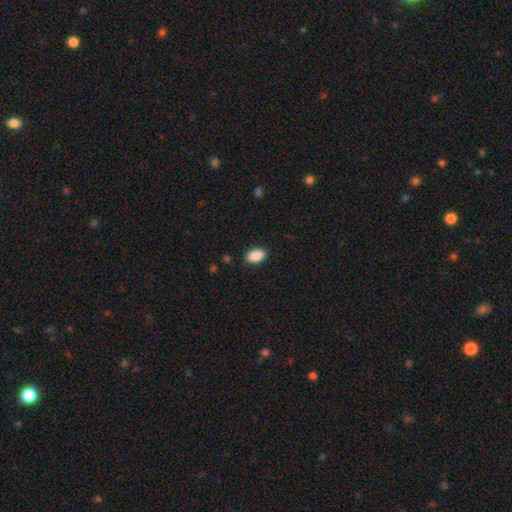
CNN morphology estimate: Smooth or featured?
  - smooth: 90% *
  - star or artifact: 7%
  - featured or disk: 3%
How rounded?
  - in between: 91% *
  - round: 7%
  - cigar-shaped: 2%
Merging?
  - none: 86% *
  - minor disturbance: 10%
  - major disturbance: 2%
  - merger: 1%